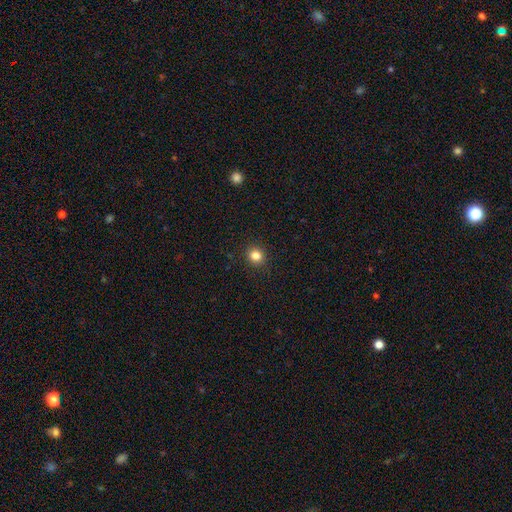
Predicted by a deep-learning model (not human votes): smooth_or_featured: smooth (p=0.83) [alt: star or artifact p=0.12]
how_rounded: round (p=0.87) [alt: in between p=0.12]
merging: none (p=0.92) [alt: minor disturbance p=0.05]